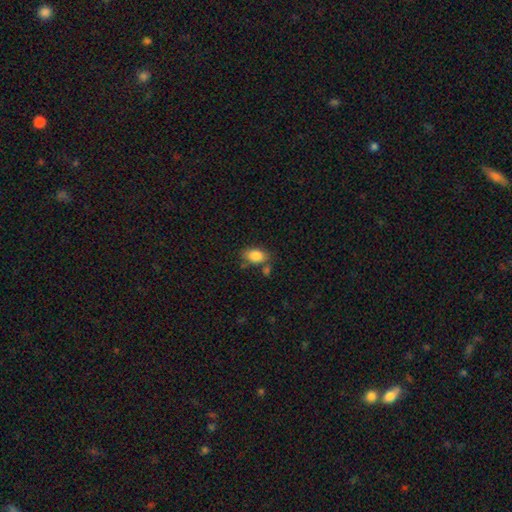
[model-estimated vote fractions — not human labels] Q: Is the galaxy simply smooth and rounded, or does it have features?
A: smooth — 85%.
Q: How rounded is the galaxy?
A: in between — 87%.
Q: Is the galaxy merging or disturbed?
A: none — 65%.